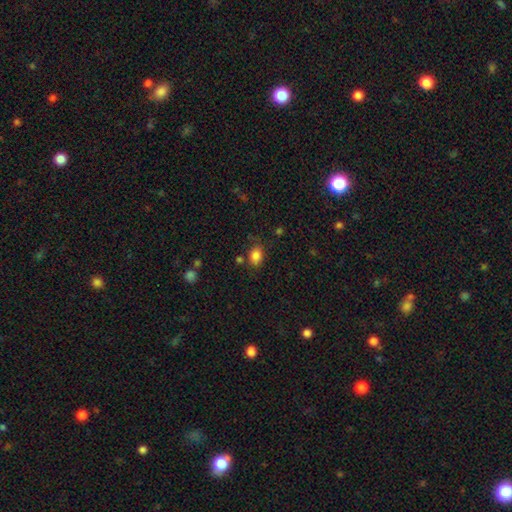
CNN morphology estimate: The model was most divided on "how rounded": in between: 66%, round: 33%, cigar-shaped: 1%. More confident: smooth or featured — smooth (85%); merging — none (75%).